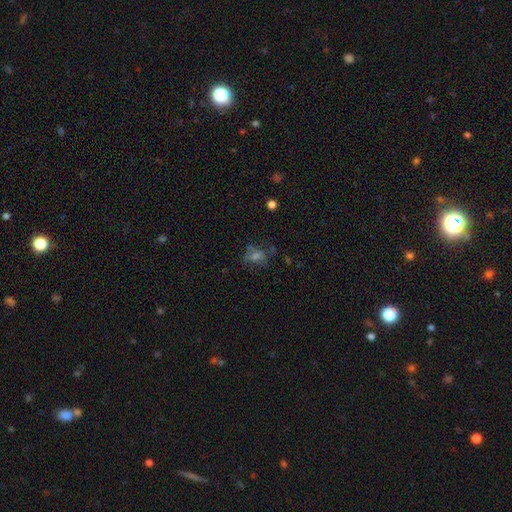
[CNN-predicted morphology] smooth-or-featured: smooth: 38% | featured or disk: 32% | star or artifact: 30%
  merging: none: 58% | minor disturbance: 19% | major disturbance: 17% | merger: 5%